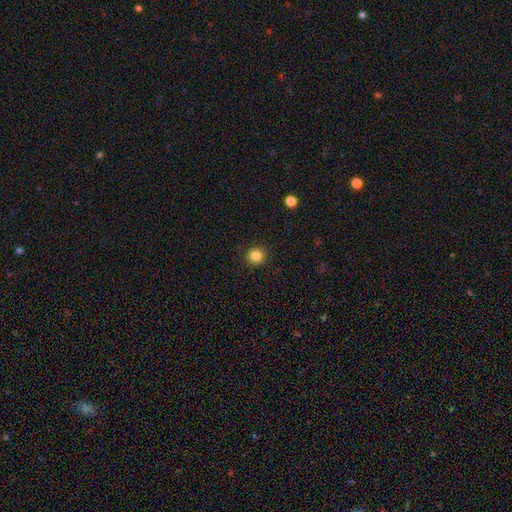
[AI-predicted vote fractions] Q: Smooth or featured?
A: smooth (84%); runner-up: star or artifact (12%)
Q: How rounded?
A: round (94%); runner-up: in between (5%)
Q: Merging?
A: none (92%); runner-up: minor disturbance (5%)